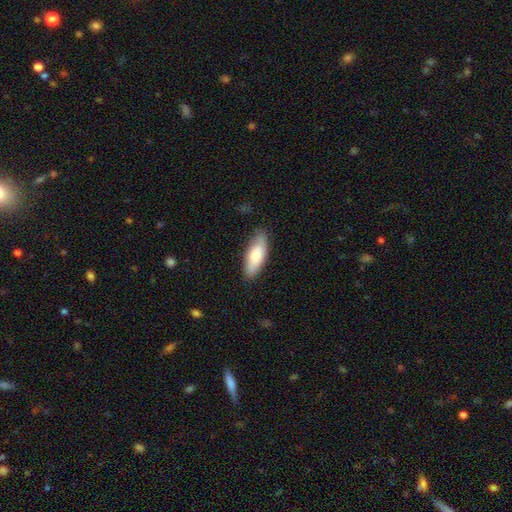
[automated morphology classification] Smooth or featured?
  - smooth: 77% *
  - featured or disk: 17%
  - star or artifact: 6%
How rounded?
  - in between: 71% *
  - cigar-shaped: 27%
  - round: 2%
Merging?
  - none: 80% *
  - minor disturbance: 16%
  - major disturbance: 3%
  - merger: 1%